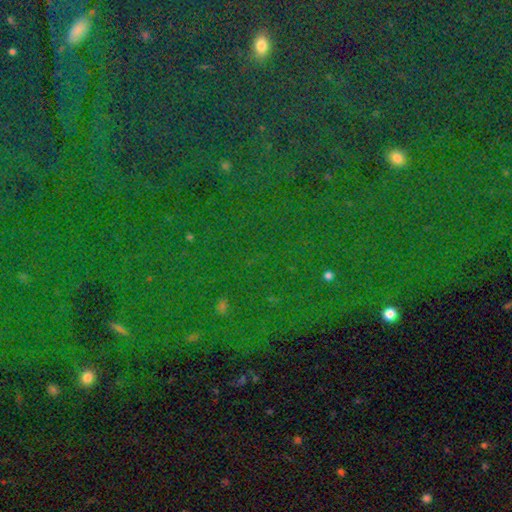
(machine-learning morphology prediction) Smooth or featured? Predicted: star or artifact (p=0.82).